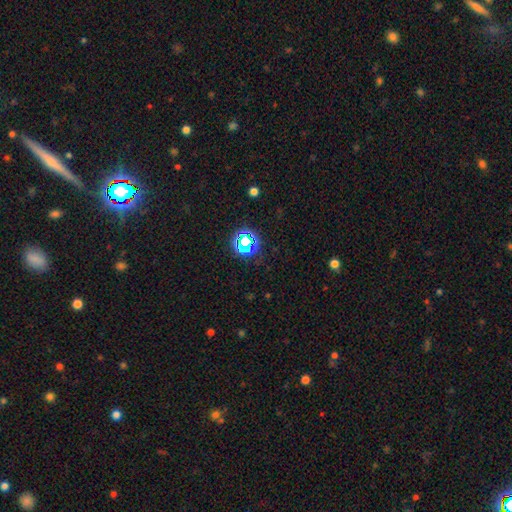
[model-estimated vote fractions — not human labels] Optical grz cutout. It shows a star or artifact, not a galaxy (71%).